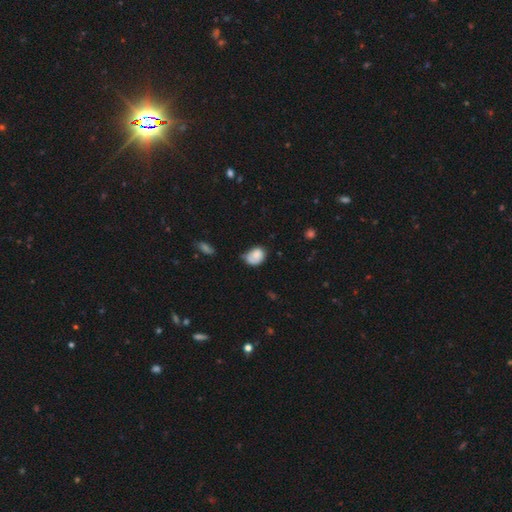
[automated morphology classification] smooth-or-featured: smooth: 74% | featured or disk: 18% | star or artifact: 8%
  how-rounded: in between: 60% | round: 39% | cigar-shaped: 1%
  merging: none: 41% | minor disturbance: 37% | major disturbance: 13% | merger: 8%